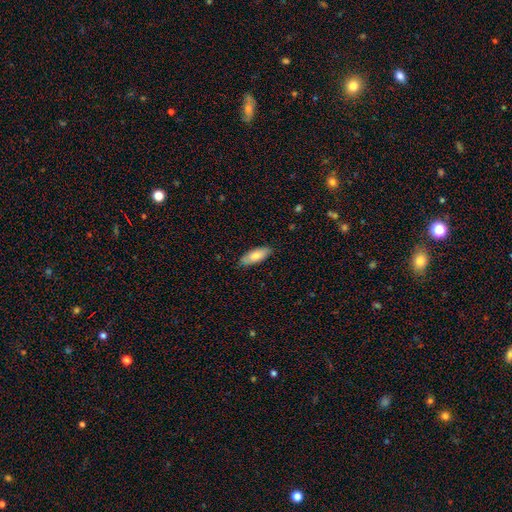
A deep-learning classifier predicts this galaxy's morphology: Smooth or featured? Predicted: smooth (p=0.79). How rounded? Predicted: in between (p=0.75). Merging? Predicted: none (p=0.86).